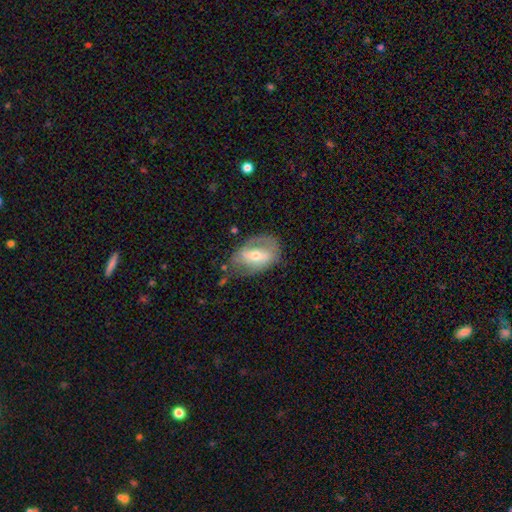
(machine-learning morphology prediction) Smooth or featured?
  - featured or disk: 61% *
  - smooth: 33%
  - star or artifact: 7%
Edge-on disk?
  - no: 91% *
  - yes: 9%
Bar?
  - strong: 47% *
  - weak: 31%
  - no: 22%
Spiral arms?
  - no: 52% *
  - yes: 48%
Bulge size?
  - moderate: 57% *
  - small: 37%
  - large: 4%
  - none: 1%
  - dominant: 1%
Merging?
  - none: 59% *
  - minor disturbance: 25%
  - major disturbance: 14%
  - merger: 3%